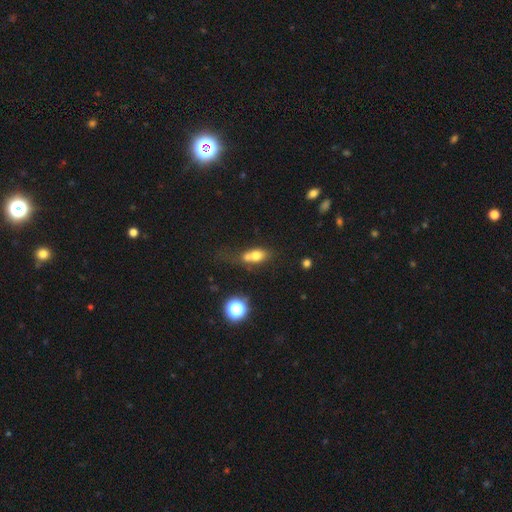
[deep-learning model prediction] Smooth or featured?
  - smooth: 69% *
  - featured or disk: 18%
  - star or artifact: 13%
How rounded?
  - in between: 68% *
  - round: 26%
  - cigar-shaped: 6%
Merging?
  - merger: 46% *
  - none: 30%
  - minor disturbance: 14%
  - major disturbance: 10%